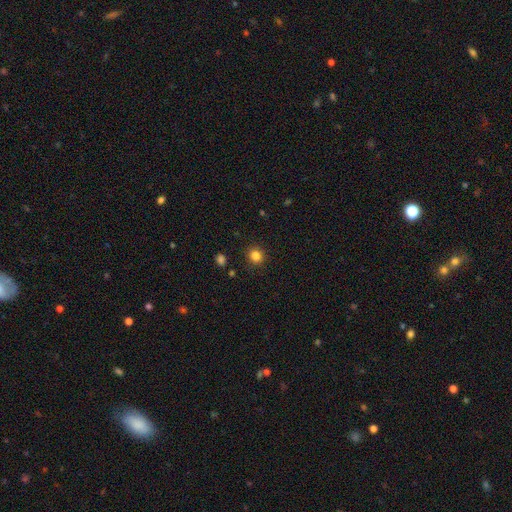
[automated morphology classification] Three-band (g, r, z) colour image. It shows a smooth galaxy with no disk features (83%) that is round (86%). Merging: none (90%).